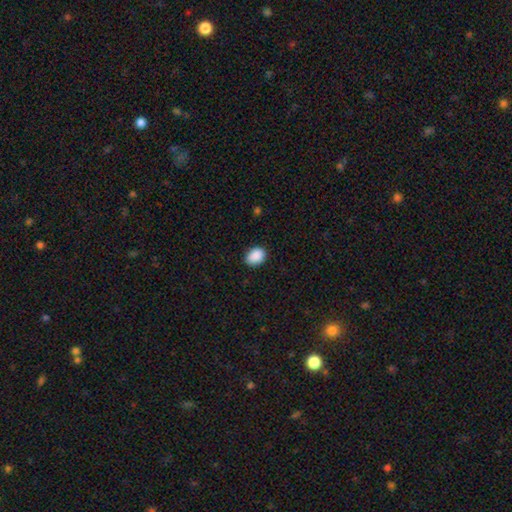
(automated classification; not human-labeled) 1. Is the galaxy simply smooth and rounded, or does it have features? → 90% smooth, 8% star or artifact, 2% featured or disk.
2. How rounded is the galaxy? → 65% in between, 34% round, 1% cigar-shaped.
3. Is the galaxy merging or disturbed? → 85% none, 12% minor disturbance, 2% major disturbance, 1% merger.